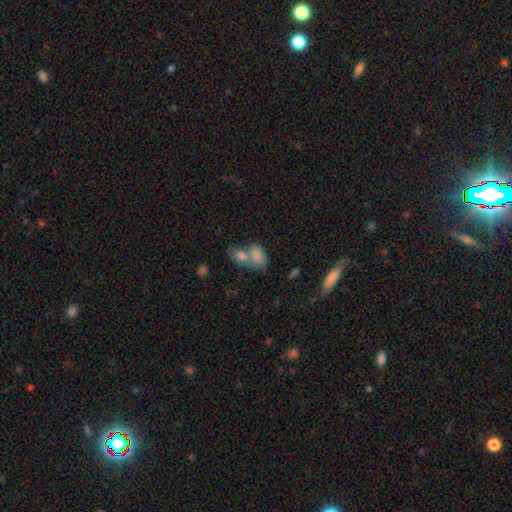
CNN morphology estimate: The model was most divided on "merging": merger: 64%, none: 23%, minor disturbance: 9%, major disturbance: 5%. More confident: how rounded — in between (82%); smooth or featured — smooth (77%).